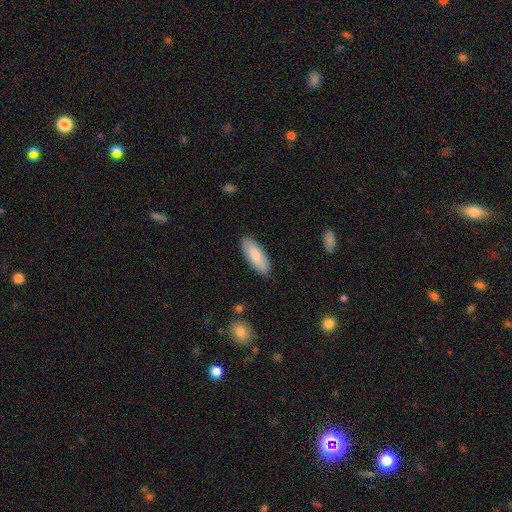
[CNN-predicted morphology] Q: Smooth or featured?
A: smooth (83%); runner-up: featured or disk (12%)
Q: How rounded?
A: in between (74%); runner-up: cigar-shaped (24%)
Q: Merging?
A: none (87%); runner-up: minor disturbance (10%)